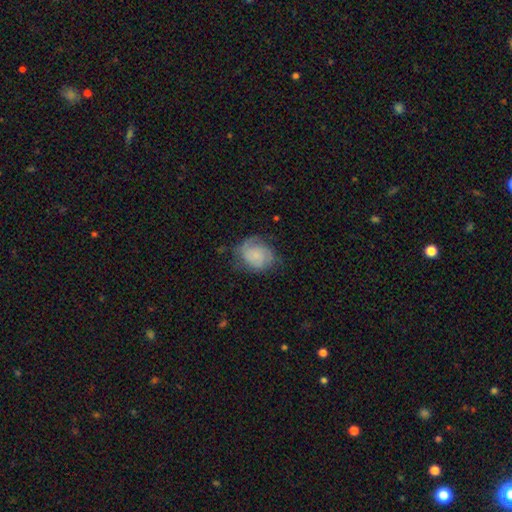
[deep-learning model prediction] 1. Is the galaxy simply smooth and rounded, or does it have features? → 48% smooth, 44% featured or disk, 8% star or artifact.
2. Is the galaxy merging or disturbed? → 55% none, 28% minor disturbance, 15% major disturbance, 2% merger.